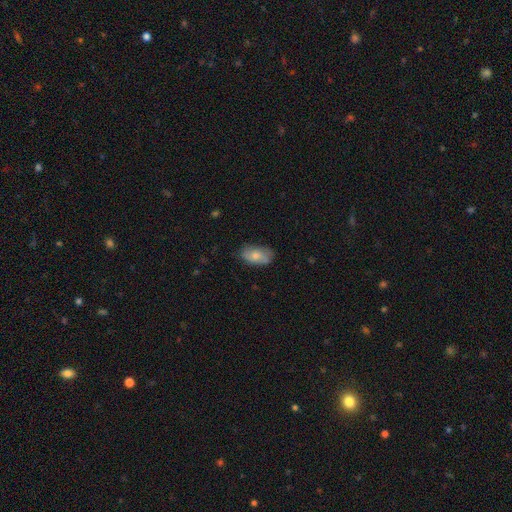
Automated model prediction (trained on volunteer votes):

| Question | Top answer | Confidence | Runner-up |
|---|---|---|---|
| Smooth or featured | smooth | 71% | featured or disk (22%) |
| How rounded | in between | 92% | round (5%) |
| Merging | none | 71% | minor disturbance (23%) |